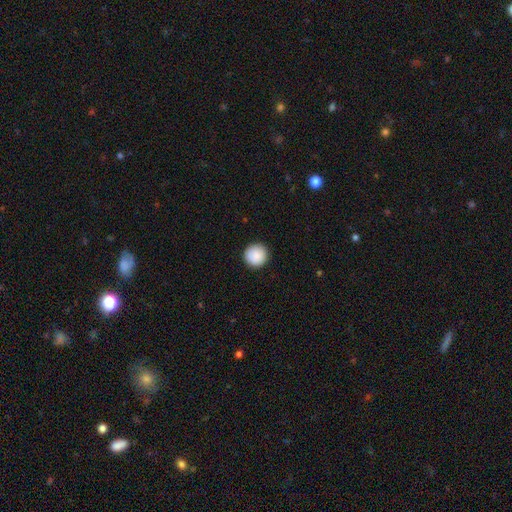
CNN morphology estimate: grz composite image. It shows a smooth galaxy with no disk features (89%) that is round (96%). Merging: none (92%).